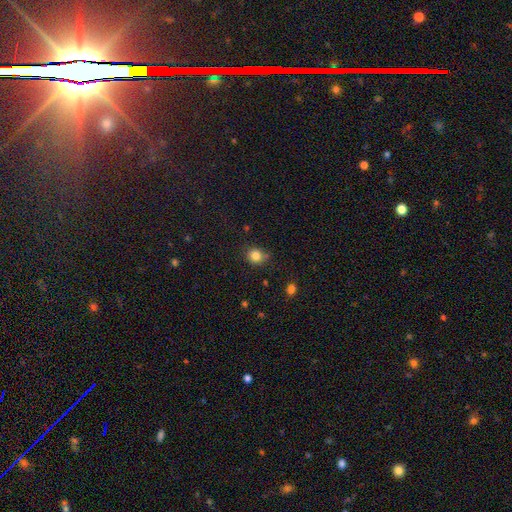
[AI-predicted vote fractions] Overall: smooth (83%). How rounded: round (79%). Merging: none (73%).